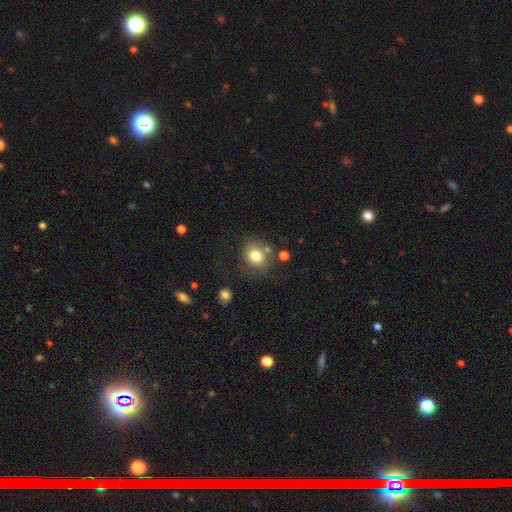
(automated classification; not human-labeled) Smooth or featured?
  - smooth: 78% *
  - star or artifact: 11%
  - featured or disk: 10%
How rounded?
  - round: 71% *
  - in between: 28%
  - cigar-shaped: 1%
Merging?
  - none: 69% *
  - minor disturbance: 16%
  - merger: 9%
  - major disturbance: 6%